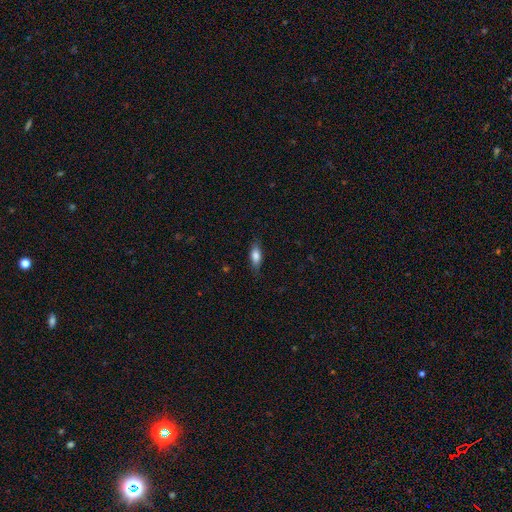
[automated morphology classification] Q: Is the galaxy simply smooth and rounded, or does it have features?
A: smooth — 78%.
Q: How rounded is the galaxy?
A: in between — 67%.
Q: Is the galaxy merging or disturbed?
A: none — 81%.